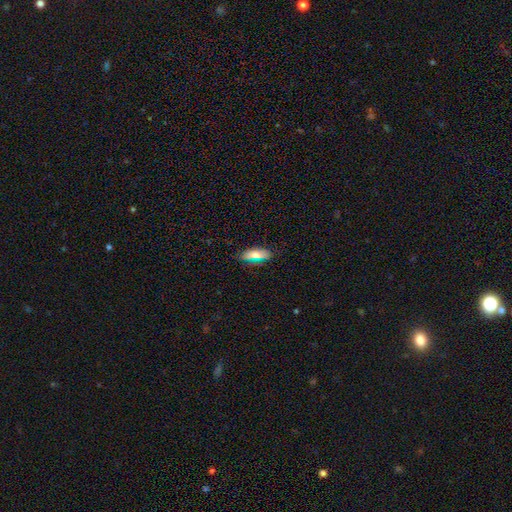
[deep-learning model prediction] Morphology: type=smooth (70%); roundness=in between (70%); merging=none (79%).